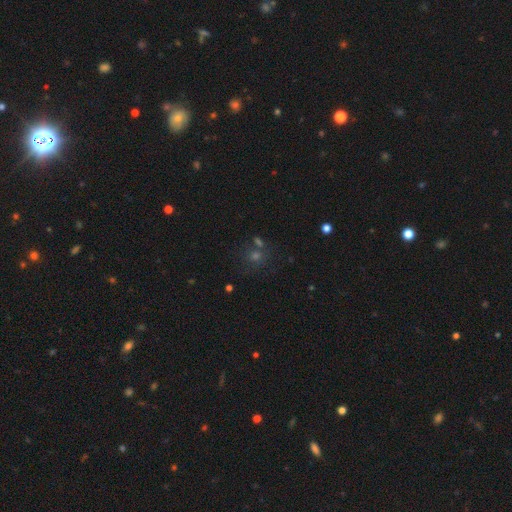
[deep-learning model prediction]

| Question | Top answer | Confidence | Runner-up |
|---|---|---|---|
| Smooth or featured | smooth | 48% | star or artifact (39%) |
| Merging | none | 68% | merger (17%) |